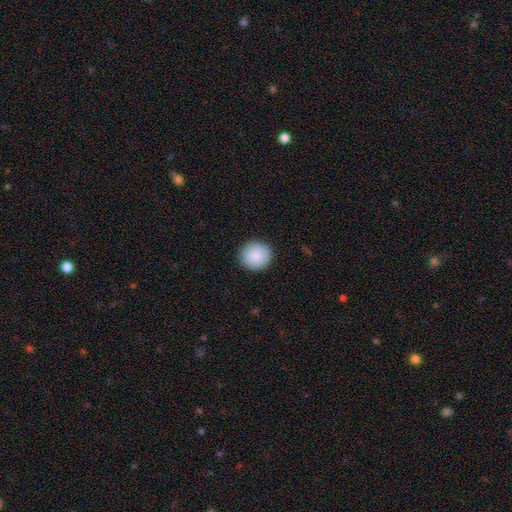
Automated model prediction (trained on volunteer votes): This is clearly a smooth galaxy (90%). How rounded: clearly round (94%). Merging: clearly none (92%).